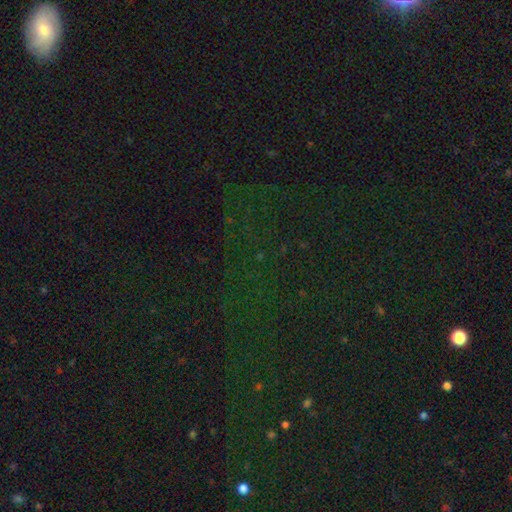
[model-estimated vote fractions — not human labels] A star or artifact, not a galaxy (79%).

Vote fractions:
- Smooth or featured? star or artifact: 79% / smooth: 14% / featured or disk: 7%